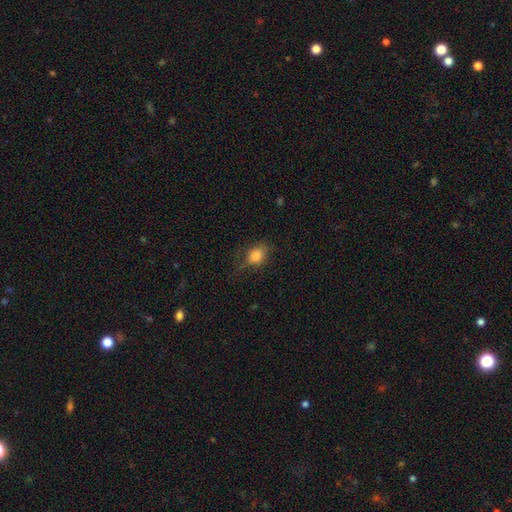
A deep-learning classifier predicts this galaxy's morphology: The model was most divided on "how rounded": in between: 59%, round: 38%, cigar-shaped: 2%. More confident: smooth or featured — smooth (81%); merging — none (57%).